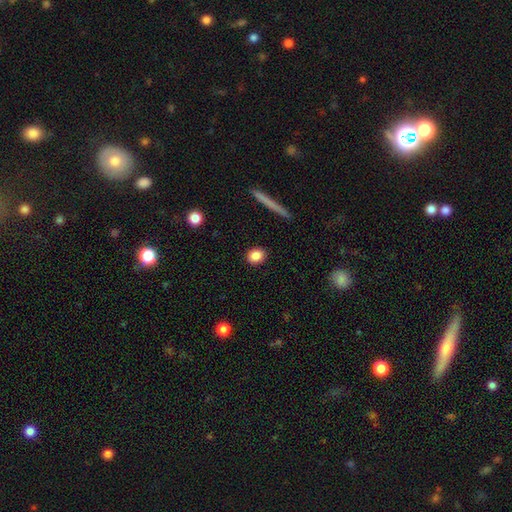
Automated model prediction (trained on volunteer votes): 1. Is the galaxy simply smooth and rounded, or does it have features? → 86% smooth, 9% star or artifact, 6% featured or disk.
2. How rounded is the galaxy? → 58% round, 39% in between, 3% cigar-shaped.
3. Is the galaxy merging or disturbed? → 90% none, 6% minor disturbance, 2% major disturbance, 1% merger.